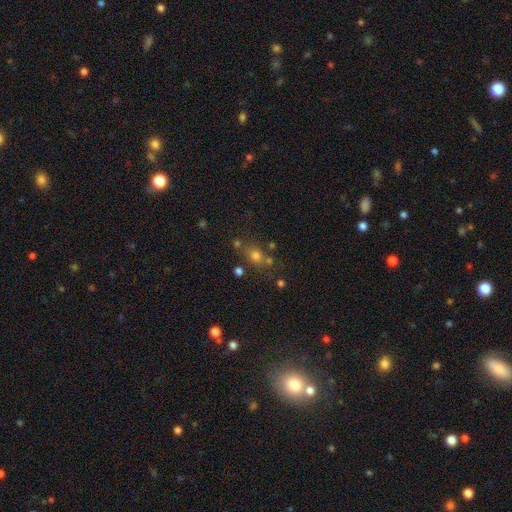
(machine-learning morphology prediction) Smooth or featured? Predicted: smooth (p=0.68). How rounded? Predicted: round (p=0.66). Merging? Predicted: none (p=0.65).